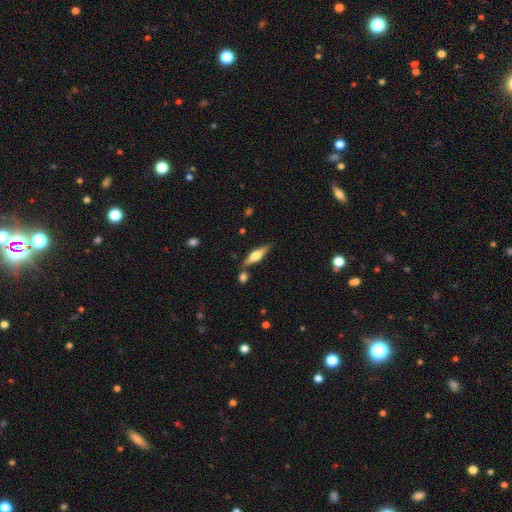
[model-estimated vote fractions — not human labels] Q: Smooth or featured?
A: featured or disk (58%); runner-up: smooth (36%)
Q: Edge-on disk?
A: yes (95%); runner-up: no (5%)
Q: Edge-on bulge?
A: rounded (89%); runner-up: boxy (8%)
Q: Merging?
A: none (77%); runner-up: minor disturbance (11%)